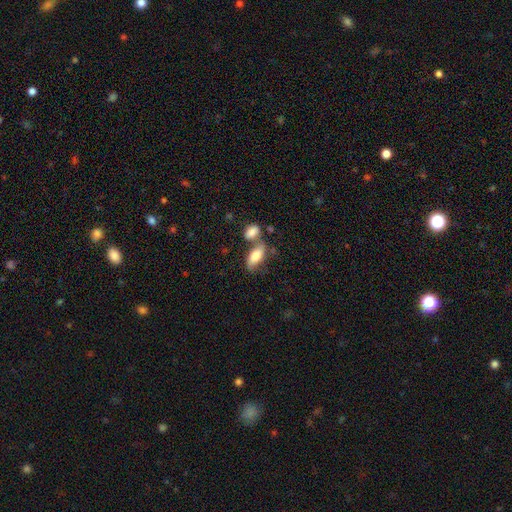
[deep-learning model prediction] Smooth or featured?
  - smooth: 71% *
  - featured or disk: 22%
  - star or artifact: 7%
How rounded?
  - in between: 82% *
  - cigar-shaped: 14%
  - round: 4%
Merging?
  - none: 47% *
  - merger: 32%
  - minor disturbance: 15%
  - major disturbance: 6%